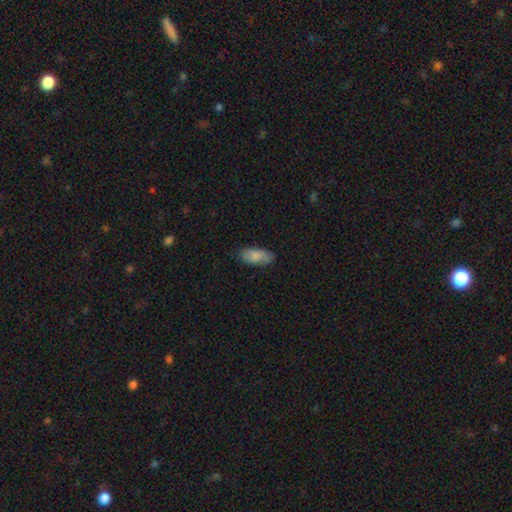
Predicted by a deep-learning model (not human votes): A smooth galaxy with no disk features (84%) that is in between round and cigar-shaped (85%). Merging: none (82%).